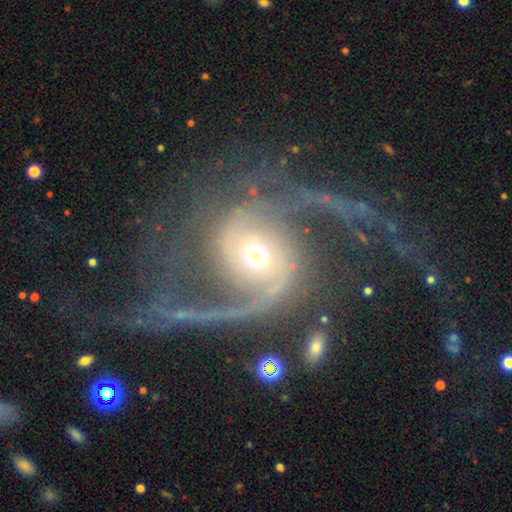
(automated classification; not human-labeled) Smooth or featured? featured or disk (90%)
Edge-on disk? no (98%)
Bar? no (60%)
Spiral arms? yes (97%)
Spiral winding? loose (52%)
Spiral arm count? 2 (81%)
Bulge size? moderate (58%)
Merging? none (50%)